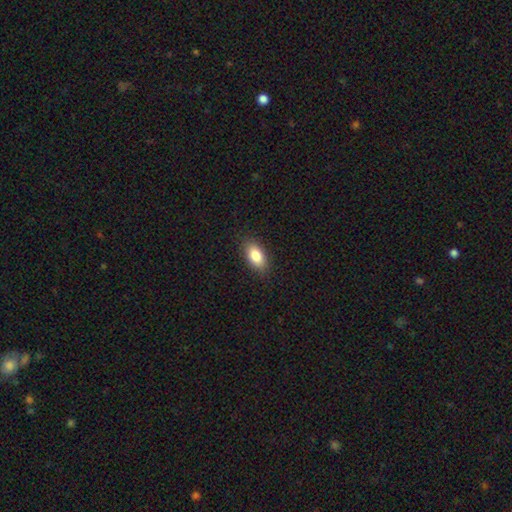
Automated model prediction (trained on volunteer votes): A smooth galaxy with no disk features (84%) that is in between round and cigar-shaped (91%). Merging: none (87%).